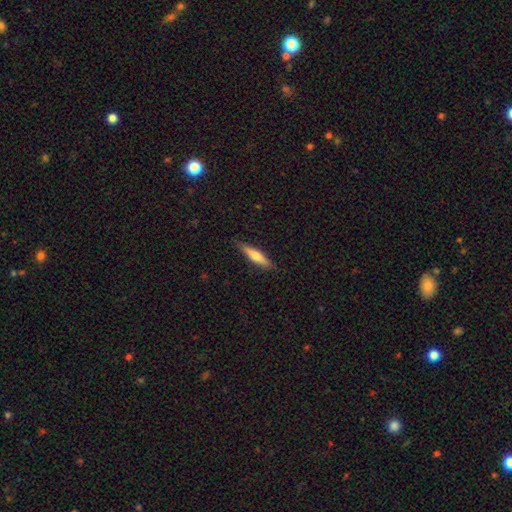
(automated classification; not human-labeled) Smooth or featured?
  - smooth: 55% *
  - featured or disk: 39%
  - star or artifact: 6%
How rounded?
  - cigar-shaped: 82% *
  - in between: 16%
  - round: 2%
Merging?
  - none: 87% *
  - minor disturbance: 10%
  - major disturbance: 2%
  - merger: 1%